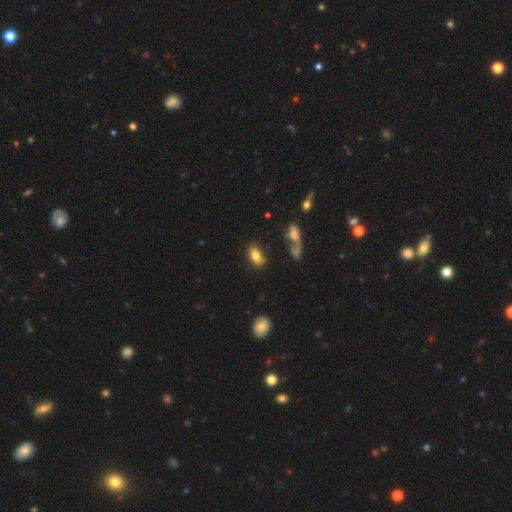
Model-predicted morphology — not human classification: Smooth or featured? Predicted: smooth (p=0.78). How rounded? Predicted: in between (p=0.89). Merging? Predicted: none (p=0.74).